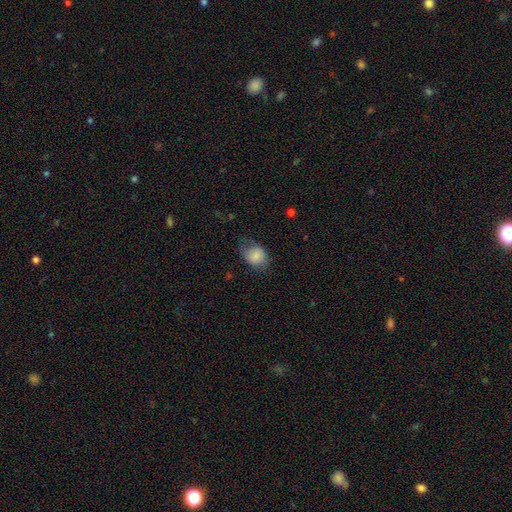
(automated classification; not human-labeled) Overall: smooth (82%). How rounded: in between (61%; round 38%). Merging: none (58%; minor disturbance 28%).